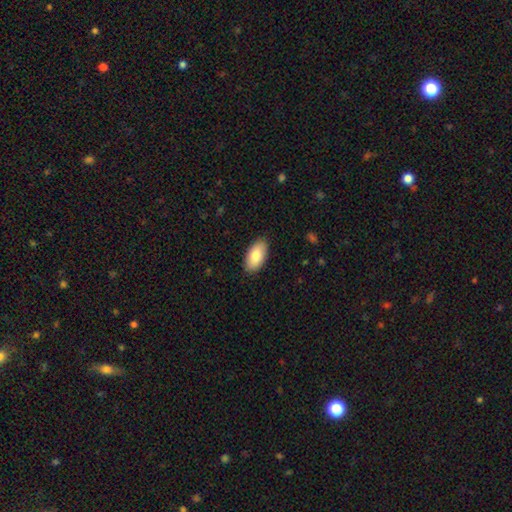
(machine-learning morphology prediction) Smooth or featured?
  - smooth: 81% *
  - featured or disk: 13%
  - star or artifact: 6%
How rounded?
  - in between: 95% *
  - cigar-shaped: 3%
  - round: 3%
Merging?
  - none: 88% *
  - minor disturbance: 9%
  - major disturbance: 2%
  - merger: 1%